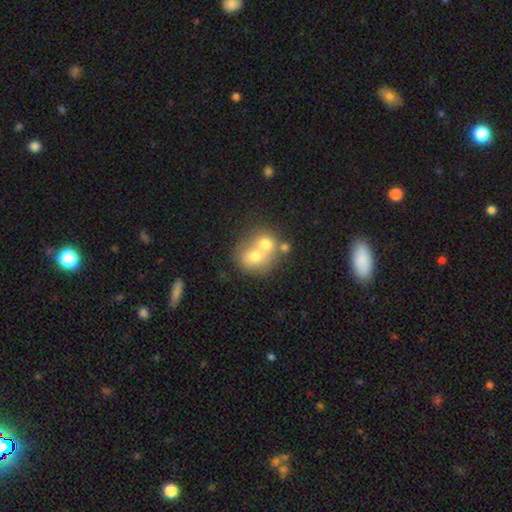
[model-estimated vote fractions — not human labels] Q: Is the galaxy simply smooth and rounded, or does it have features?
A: smooth — 63%.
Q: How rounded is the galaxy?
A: round — 64%.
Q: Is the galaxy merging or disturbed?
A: merger — 67%.